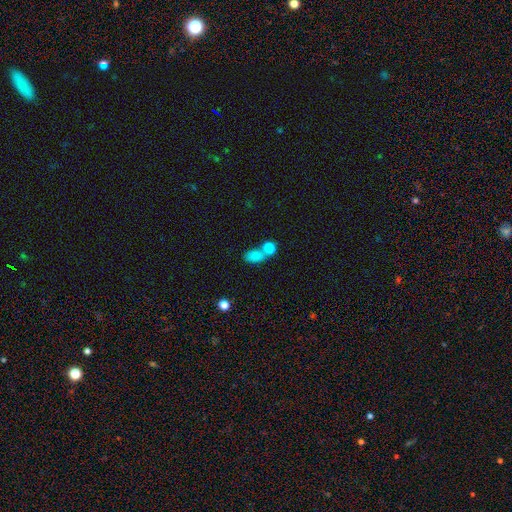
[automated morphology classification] Smooth or featured: smooth — 82% (star or artifact — 10%)
How rounded: in between — 77% (round — 21%)
Merging: merger — 44% (none — 39%)